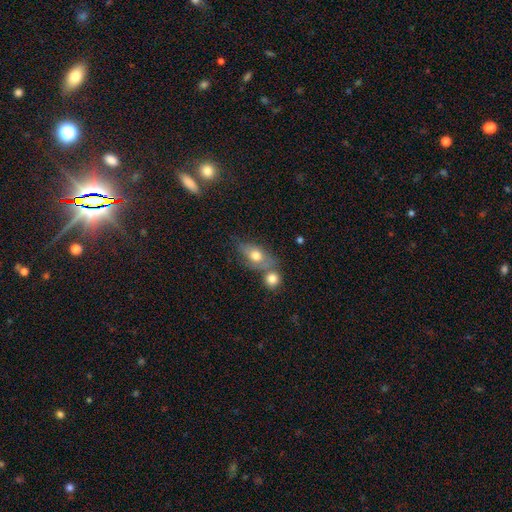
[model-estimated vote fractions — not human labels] Q: Smooth or featured?
A: smooth (69%); runner-up: featured or disk (22%)
Q: How rounded?
A: in between (75%); runner-up: round (18%)
Q: Merging?
A: none (43%); runner-up: merger (35%)